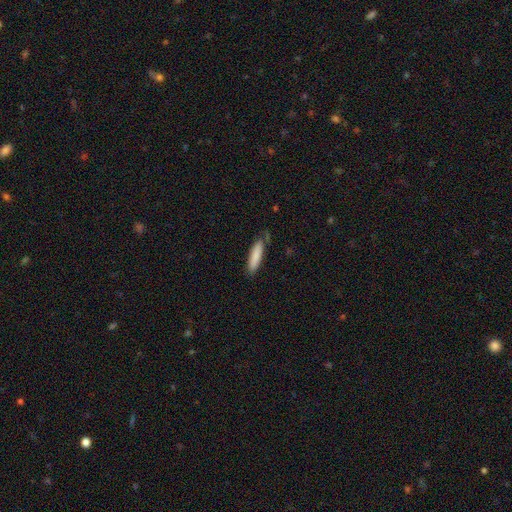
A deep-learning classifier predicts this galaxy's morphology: smooth-or-featured: smooth: 85% | featured or disk: 10% | star or artifact: 6%
  how-rounded: cigar-shaped: 78% | in between: 21% | round: 1%
  merging: none: 76% | minor disturbance: 18% | major disturbance: 4% | merger: 2%